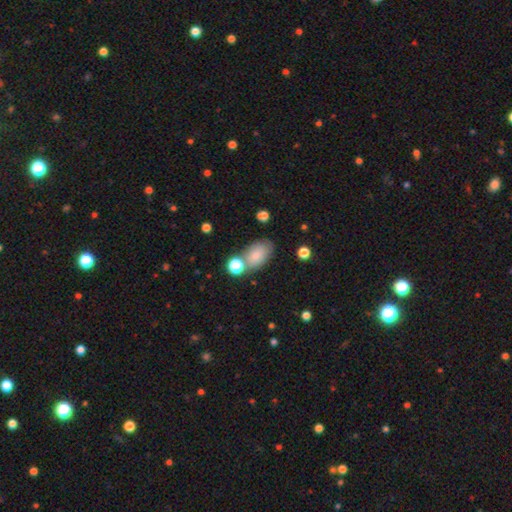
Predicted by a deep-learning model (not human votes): Smooth or featured? smooth (80%)
How rounded? in between (91%)
Merging? none (64%)